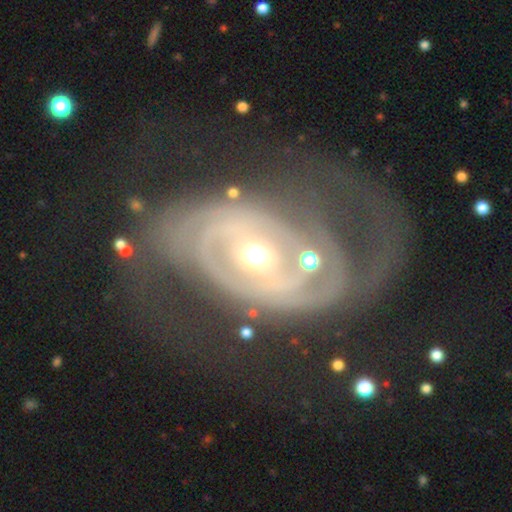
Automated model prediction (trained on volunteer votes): A featured or disk galaxy (86%) with no bar (54%), 2 (59%) tight (48%) spiral arms (85%) and a moderate central bulge (56%).

Vote fractions:
- Smooth or featured? featured or disk: 86% / smooth: 8% / star or artifact: 6%
- Edge-on disk? no: 96% / yes: 4%
- Bar? no: 54% / weak: 29% / strong: 17%
- Spiral arms? yes: 85% / no: 15%
- Spiral winding? tight: 48% / medium: 36% / loose: 16%
- Spiral arm count? 2: 59% / can't tell: 21% / 1: 7% / 3: 7% / 4: 3% / more than 4: 3%
- Bulge size? moderate: 56% / small: 38% / large: 4% / dominant: 1% / none: 1%
- Merging? none: 46% / major disturbance: 32% / minor disturbance: 17% / merger: 6%